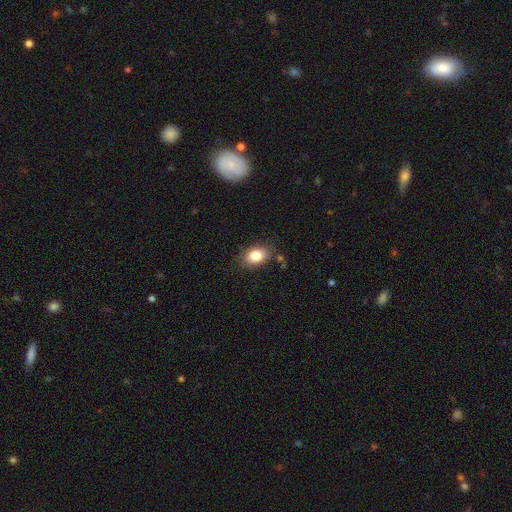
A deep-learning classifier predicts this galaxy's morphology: The model was most divided on "how rounded": in between: 77%, round: 21%, cigar-shaped: 1%. More confident: smooth or featured — smooth (83%); merging — none (80%).